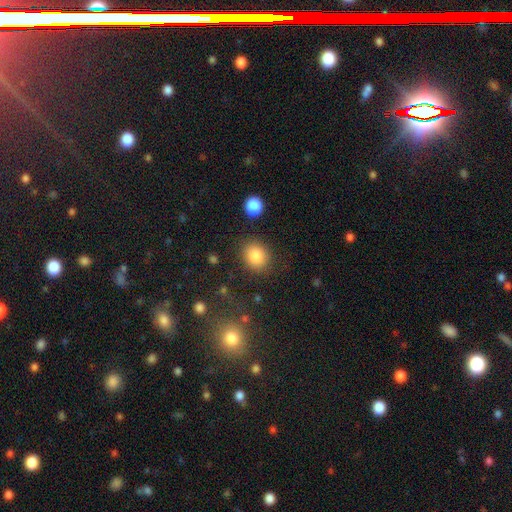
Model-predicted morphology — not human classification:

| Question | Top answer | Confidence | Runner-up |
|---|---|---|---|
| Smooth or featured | smooth | 85% | star or artifact (10%) |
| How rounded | round | 67% | in between (32%) |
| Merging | none | 84% | minor disturbance (10%) |